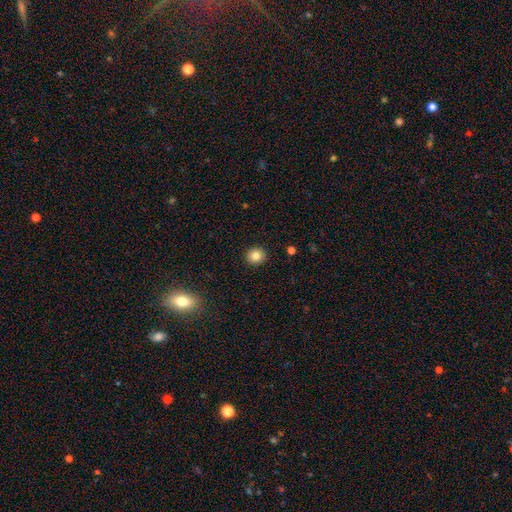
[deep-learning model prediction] Smooth or featured: smooth — 83% (star or artifact — 10%)
How rounded: round — 86% (in between — 13%)
Merging: none — 92% (minor disturbance — 5%)